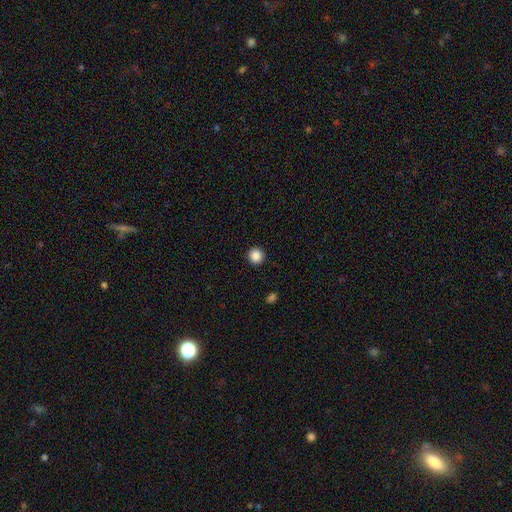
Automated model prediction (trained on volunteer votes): Smooth or featured: smooth — 87% (star or artifact — 10%)
How rounded: round — 95% (in between — 4%)
Merging: none — 93% (minor disturbance — 5%)